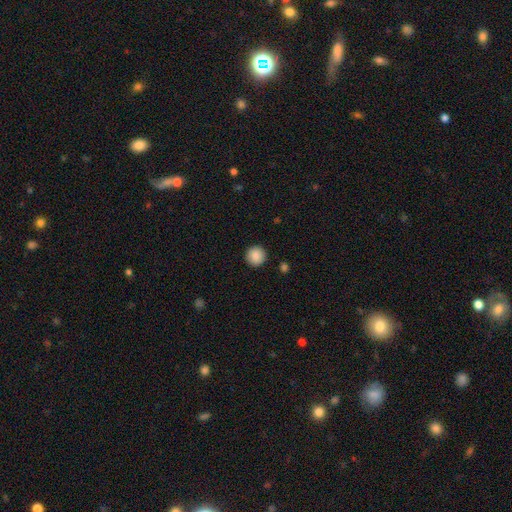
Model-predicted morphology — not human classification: Smooth or featured?
  - smooth: 89% *
  - star or artifact: 8%
  - featured or disk: 3%
How rounded?
  - round: 95% *
  - in between: 4%
  - cigar-shaped: 1%
Merging?
  - none: 92% *
  - minor disturbance: 5%
  - major disturbance: 2%
  - merger: 1%